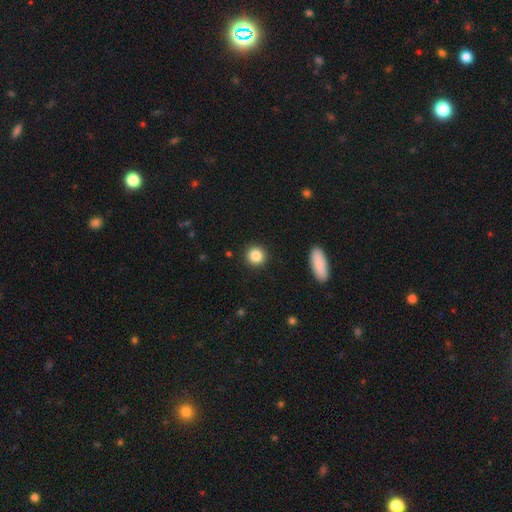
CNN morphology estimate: Smooth or featured? smooth (86%)
How rounded? round (93%)
Merging? none (92%)